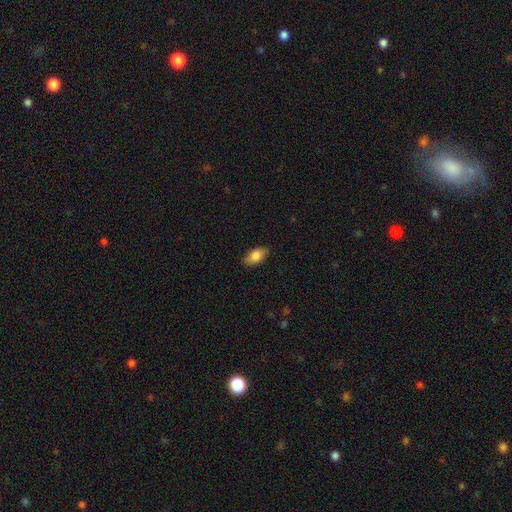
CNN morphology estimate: type=smooth (82%); roundness=in between (92%); merging=none (86%).